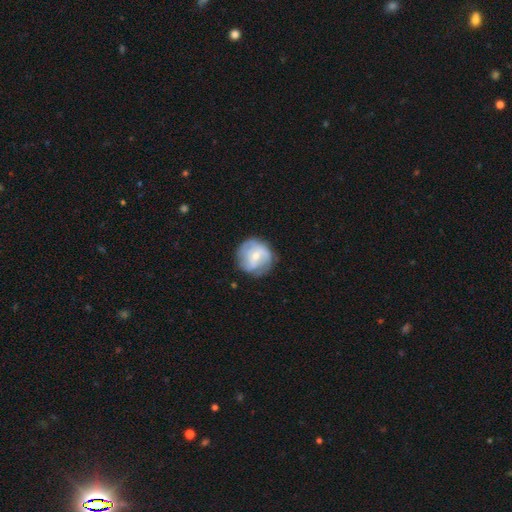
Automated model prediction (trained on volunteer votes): smooth-or-featured: featured or disk: 57% | smooth: 36% | star or artifact: 7%
  disk-edge-on: no: 97% | yes: 3%
    bar: no: 54% | weak: 36% | strong: 10%
    has-spiral-arms: yes: 68% | no: 32%
    bulge-size: small: 54% | moderate: 42% | large: 2% | none: 1% | dominant: 1%
  merging: none: 71% | minor disturbance: 19% | major disturbance: 8% | merger: 1%